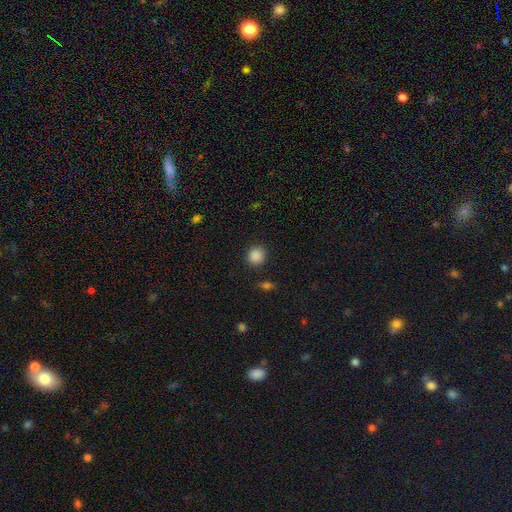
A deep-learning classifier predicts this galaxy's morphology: Smooth or featured?
  - smooth: 88% *
  - star or artifact: 10%
  - featured or disk: 3%
How rounded?
  - round: 88% *
  - in between: 11%
  - cigar-shaped: 1%
Merging?
  - none: 89% *
  - minor disturbance: 7%
  - major disturbance: 3%
  - merger: 2%